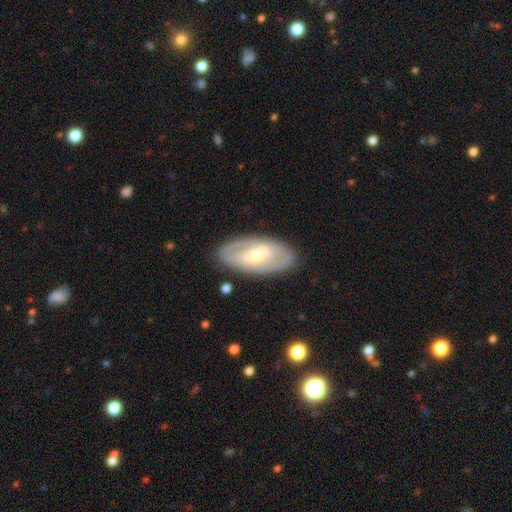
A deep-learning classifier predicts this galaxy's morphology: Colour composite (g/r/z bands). It shows a featured or disk galaxy (69%) with a weak bar (39%), spiral arms (60%) and a small central bulge (50%). Merging: none (81%).